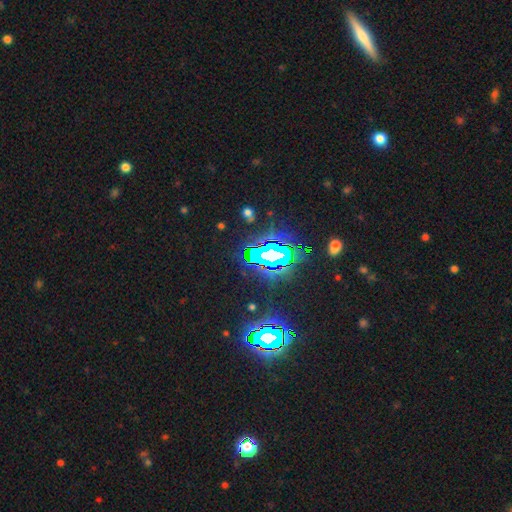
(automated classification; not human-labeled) Smooth or featured? Predicted: star or artifact (p=0.70).